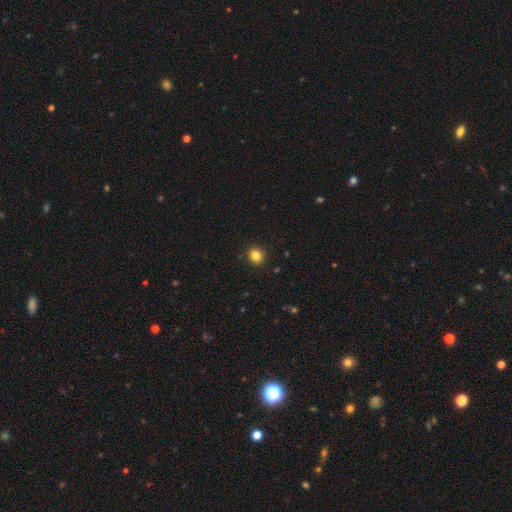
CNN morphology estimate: type=smooth (84%); roundness=round (87%); merging=none (91%).